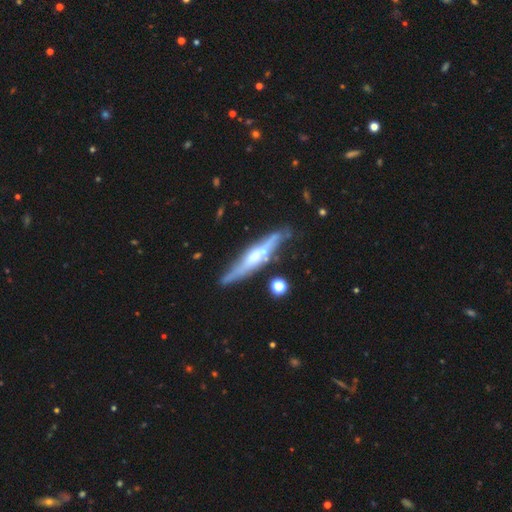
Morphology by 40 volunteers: Smooth or featured? featured or disk (82%)
Edge-on disk? yes (100%)
Edge-on bulge? rounded (88%)
Merging? none (74%)